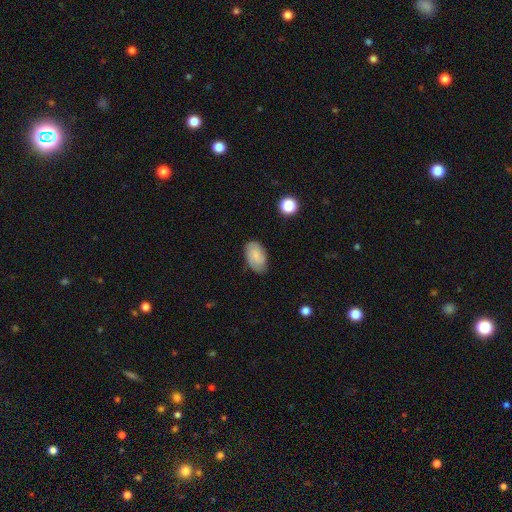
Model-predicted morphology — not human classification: Q: Smooth or featured?
A: smooth (57%); runner-up: featured or disk (35%)
Q: How rounded?
A: in between (92%); runner-up: round (7%)
Q: Merging?
A: none (75%); runner-up: minor disturbance (19%)